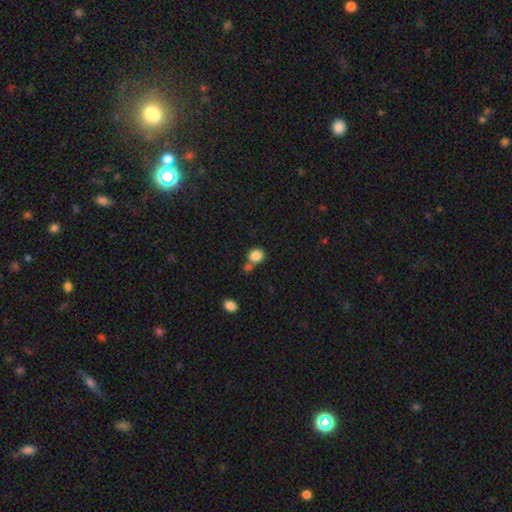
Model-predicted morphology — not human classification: This is clearly a smooth galaxy (85%). How rounded: clearly round (81%). Merging: possibly none (51%).